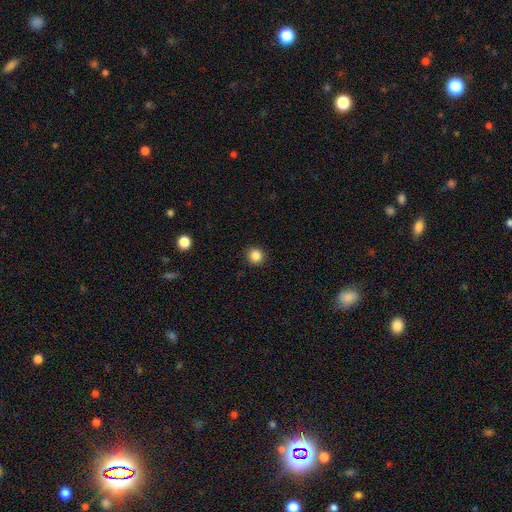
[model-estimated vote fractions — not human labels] Smooth or featured? Predicted: smooth (p=0.86). How rounded? Predicted: round (p=0.90). Merging? Predicted: none (p=0.89).